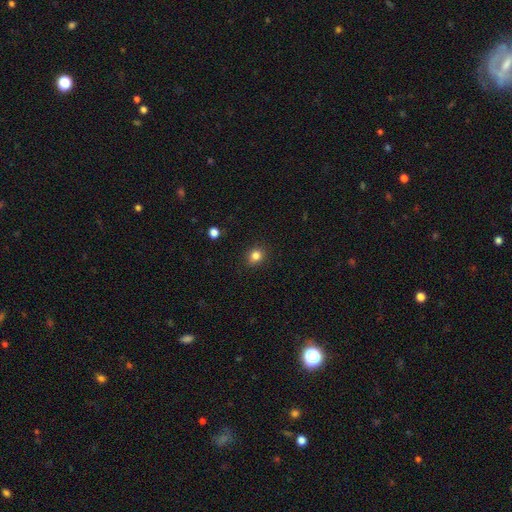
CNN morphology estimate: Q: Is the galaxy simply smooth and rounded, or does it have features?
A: smooth — 82%.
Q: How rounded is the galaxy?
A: round — 68%.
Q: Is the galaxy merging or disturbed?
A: none — 88%.